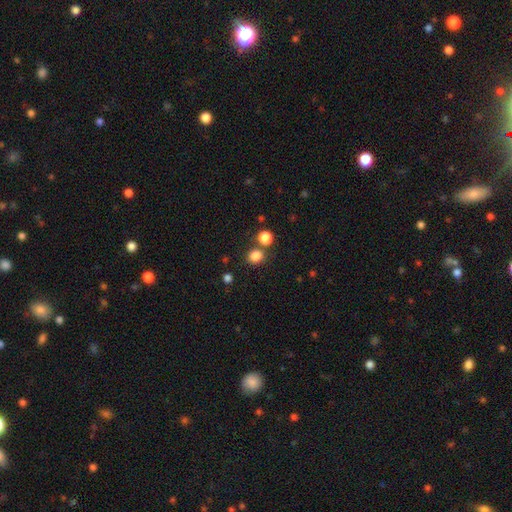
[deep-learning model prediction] smooth 83%, star or artifact 13%, featured or disk 4%. Down the decision tree: how rounded — round (73%); merging — none (72%).